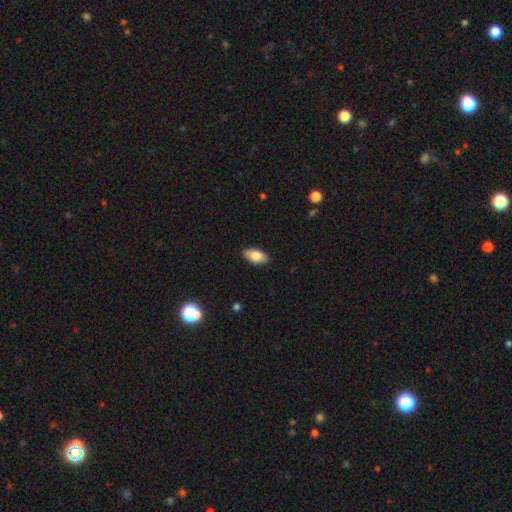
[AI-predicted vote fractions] Morphology: type=smooth (83%); roundness=in between (92%); merging=none (88%).